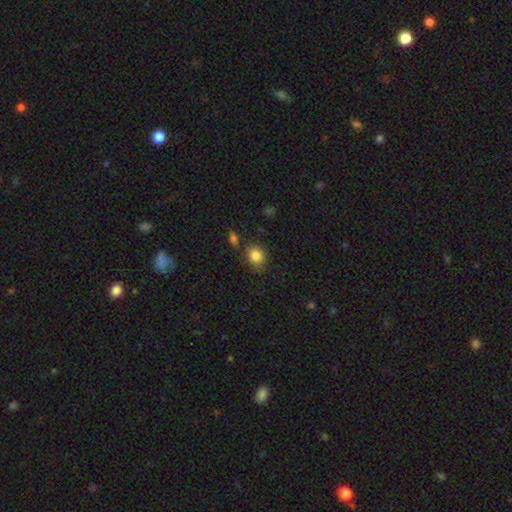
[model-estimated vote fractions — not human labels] Smooth or featured? Predicted: smooth (p=0.84). How rounded? Predicted: round (p=0.58). Merging? Predicted: none (p=0.76).